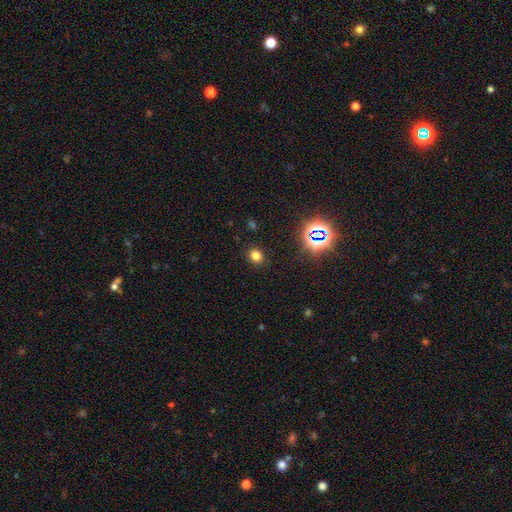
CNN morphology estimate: Q: Smooth or featured?
A: smooth (75%); runner-up: star or artifact (20%)
Q: How rounded?
A: round (75%); runner-up: in between (24%)
Q: Merging?
A: none (89%); runner-up: minor disturbance (7%)